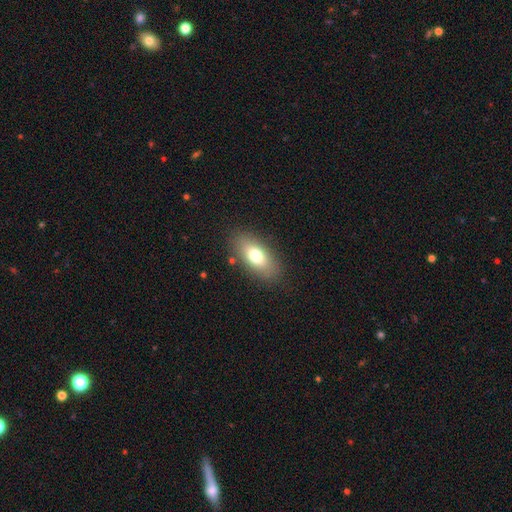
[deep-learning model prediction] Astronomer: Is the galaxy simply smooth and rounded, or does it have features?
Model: smooth — 74%.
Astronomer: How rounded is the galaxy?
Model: in between — 86%.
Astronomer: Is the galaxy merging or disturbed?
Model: none — 85%.